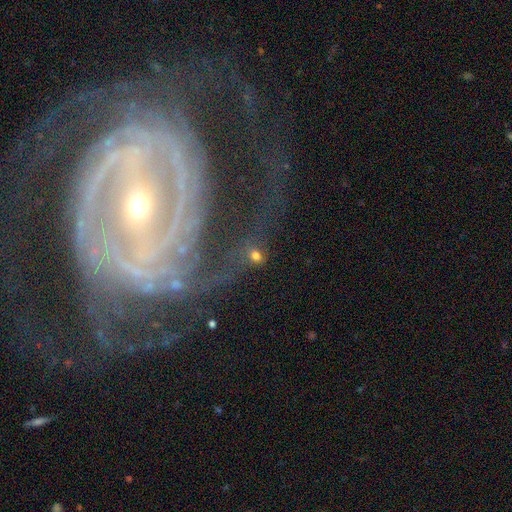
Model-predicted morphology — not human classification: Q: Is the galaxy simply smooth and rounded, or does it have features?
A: smooth — 55%.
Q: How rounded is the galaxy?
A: round — 57%.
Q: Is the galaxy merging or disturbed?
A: none — 56%.